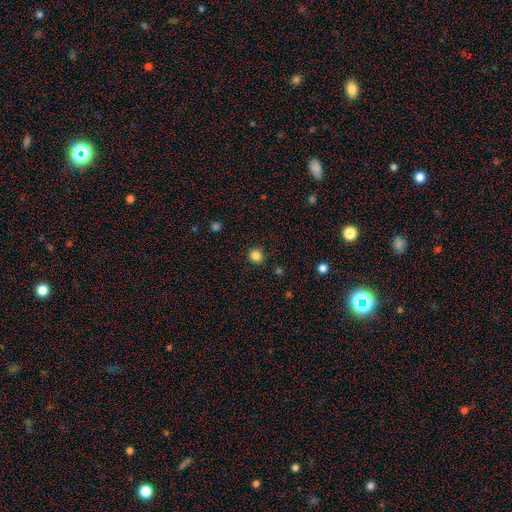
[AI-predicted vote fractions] Smooth or featured?
  - smooth: 84% *
  - star or artifact: 12%
  - featured or disk: 4%
How rounded?
  - round: 92% *
  - in between: 7%
  - cigar-shaped: 1%
Merging?
  - none: 90% *
  - minor disturbance: 6%
  - major disturbance: 2%
  - merger: 1%